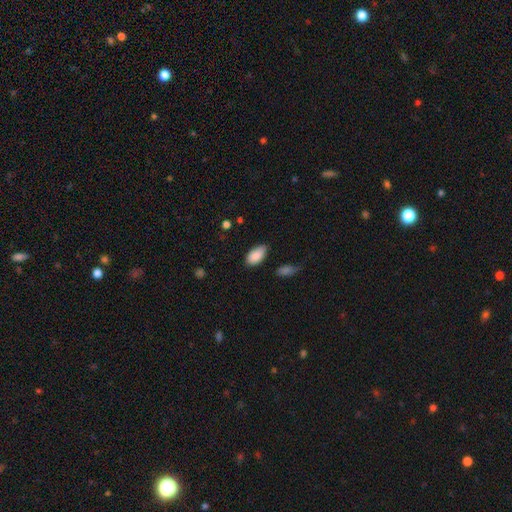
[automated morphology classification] This is clearly a smooth galaxy (89%). How rounded: clearly in between (94%). Merging: likely none (75%).